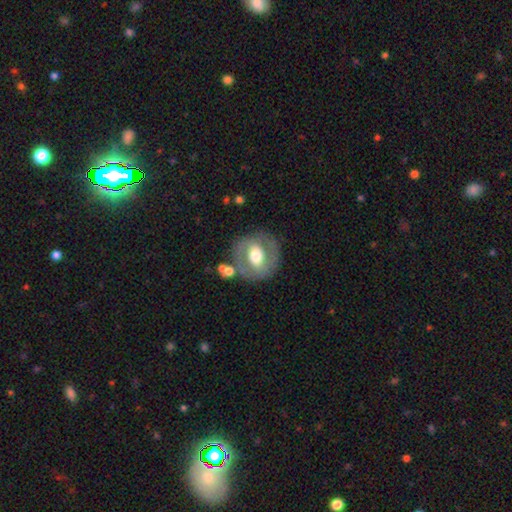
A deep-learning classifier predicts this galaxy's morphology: Q: Smooth or featured?
A: featured or disk (53%); runner-up: smooth (41%)
Q: Edge-on disk?
A: no (95%); runner-up: yes (5%)
Q: Merging?
A: none (73%); runner-up: minor disturbance (14%)